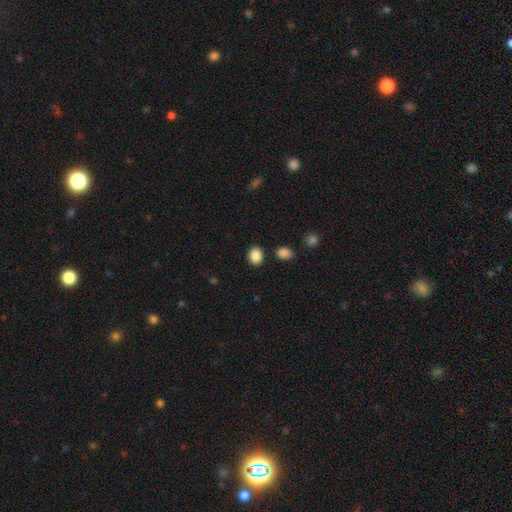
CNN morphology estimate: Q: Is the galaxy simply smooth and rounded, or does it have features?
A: smooth — 88%.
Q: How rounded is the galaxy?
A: round — 54%.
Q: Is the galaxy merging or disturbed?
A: none — 84%.